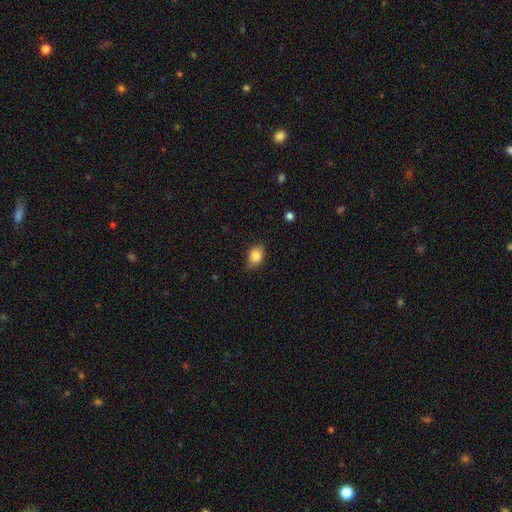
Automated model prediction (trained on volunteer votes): Smooth or featured?
  - smooth: 83% *
  - featured or disk: 9%
  - star or artifact: 8%
How rounded?
  - in between: 74% *
  - round: 24%
  - cigar-shaped: 2%
Merging?
  - none: 73% *
  - minor disturbance: 22%
  - major disturbance: 4%
  - merger: 1%